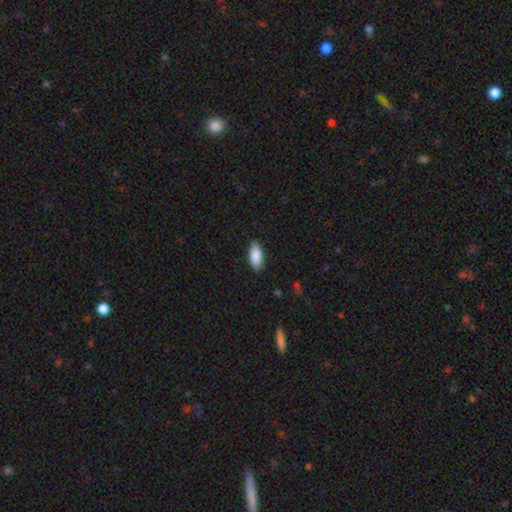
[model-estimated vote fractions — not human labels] Overall: smooth (89%). How rounded: in between (86%). Merging: none (87%).